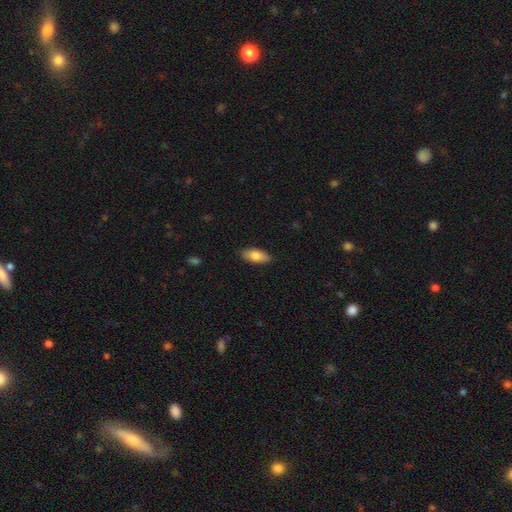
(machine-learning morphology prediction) Smooth or featured: smooth — 80% (featured or disk — 14%)
How rounded: in between — 88% (cigar-shaped — 10%)
Merging: none — 88% (minor disturbance — 9%)